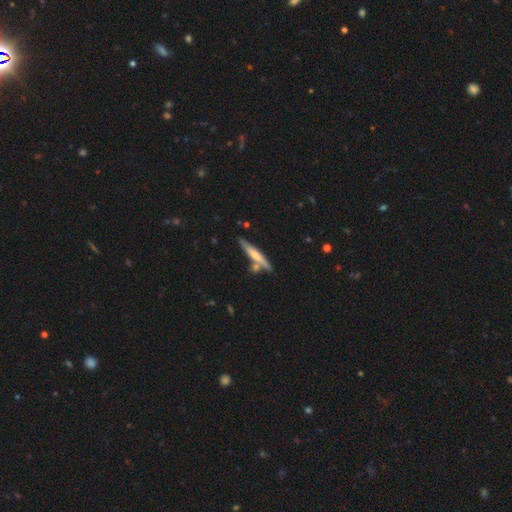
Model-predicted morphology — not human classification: smooth_or_featured: smooth (p=0.49) [alt: featured or disk p=0.46]
merging: none (p=0.72) [alt: minor disturbance p=0.13]